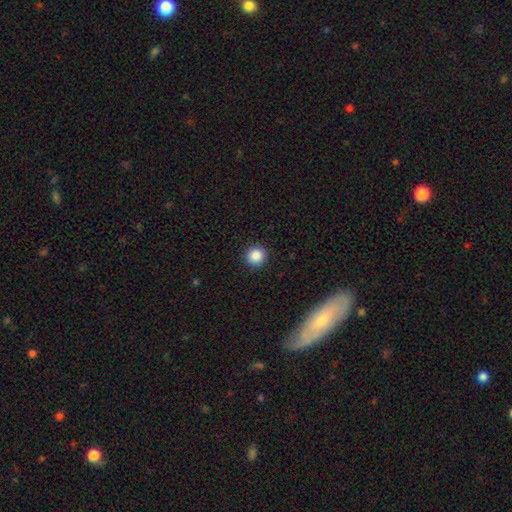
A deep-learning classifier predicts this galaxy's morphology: A smooth galaxy with no disk features (87%) that is round (94%). Merging: none (92%).